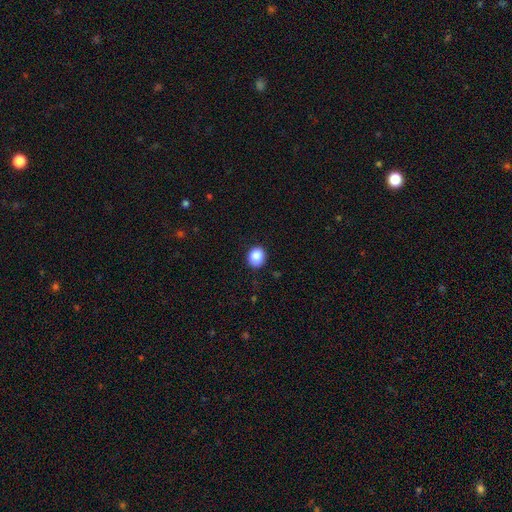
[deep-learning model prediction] A smooth galaxy with no disk features (88%) that is round (64%).

Vote fractions:
- Smooth or featured? smooth: 88% / star or artifact: 9% / featured or disk: 3%
- How rounded? round: 64% / in between: 35% / cigar-shaped: 1%
- Merging? none: 87% / minor disturbance: 9% / major disturbance: 2% / merger: 1%